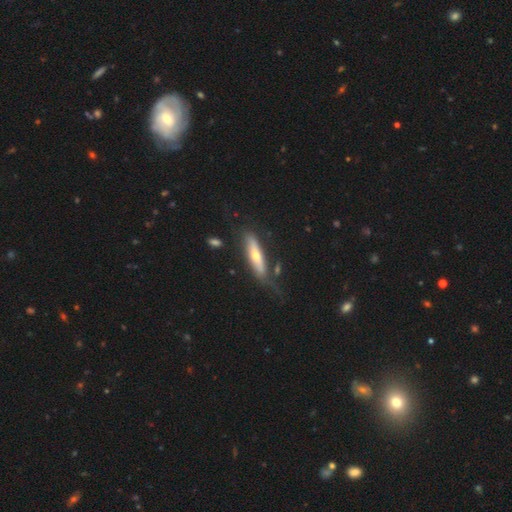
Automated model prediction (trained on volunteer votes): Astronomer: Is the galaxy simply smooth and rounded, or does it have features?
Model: featured or disk — 52% (runner-up: smooth, 42%).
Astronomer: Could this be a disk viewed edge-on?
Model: yes — 69%.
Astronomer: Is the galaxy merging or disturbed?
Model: none — 58%.